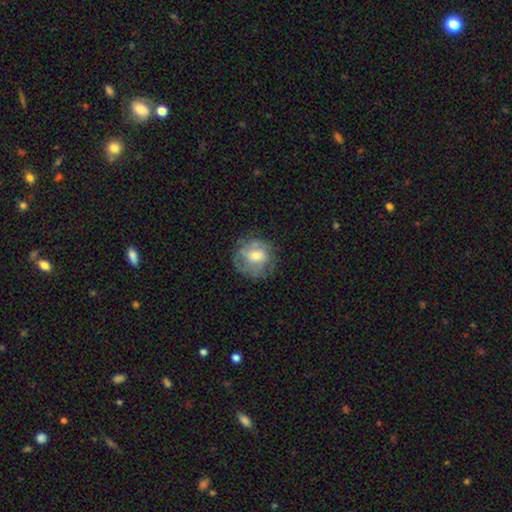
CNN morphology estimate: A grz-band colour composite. It shows a featured or disk galaxy (58%) with no bar (59%), spiral arms (75%) and a moderate central bulge (60%). Merging: none (71%).